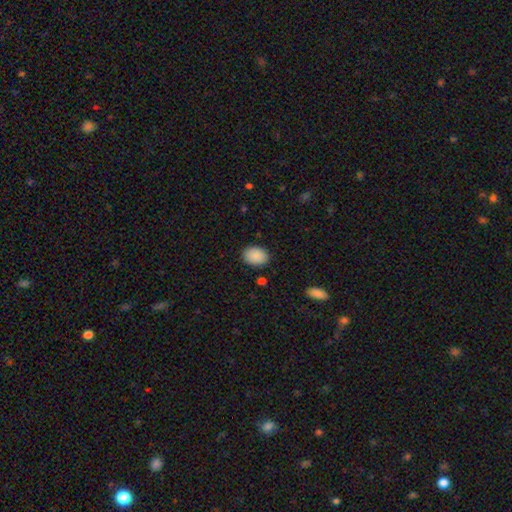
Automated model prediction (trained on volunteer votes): smooth_or_featured: smooth (p=0.89) [alt: star or artifact p=0.07]
how_rounded: in between (p=0.72) [alt: round p=0.28]
merging: none (p=0.87) [alt: minor disturbance p=0.09]